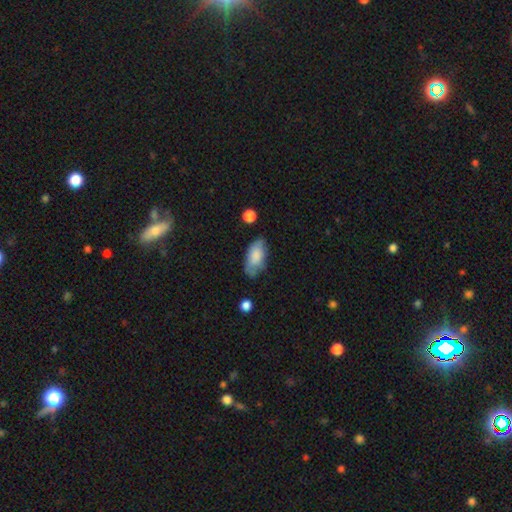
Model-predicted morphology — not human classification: Smooth or featured? Predicted: smooth (p=0.79). How rounded? Predicted: in between (p=0.93). Merging? Predicted: none (p=0.58).